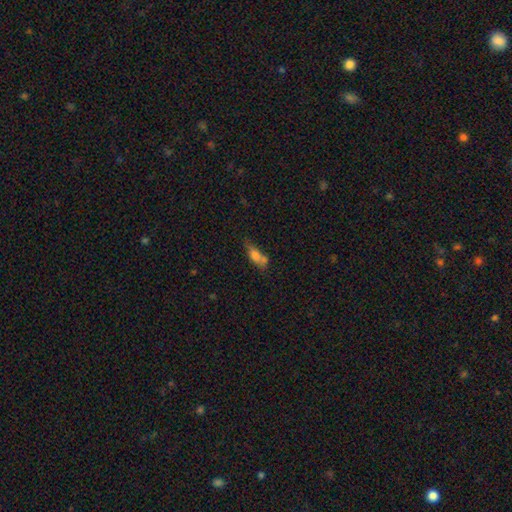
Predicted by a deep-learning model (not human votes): Overall: smooth (68%). How rounded: in between (66%; cigar-shaped 29%). Merging: none (43%; merger 29%).